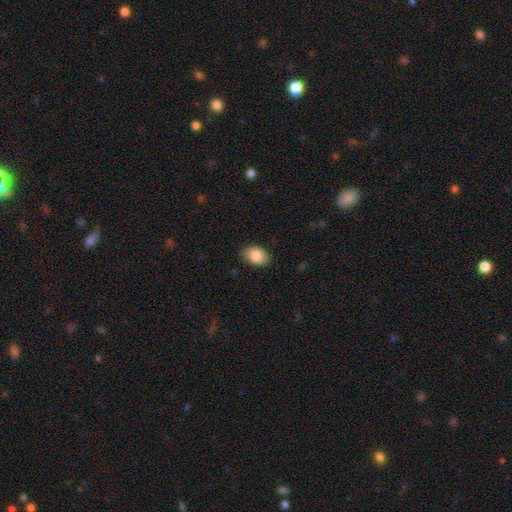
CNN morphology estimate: Q: Smooth or featured?
A: smooth (86%); runner-up: star or artifact (7%)
Q: How rounded?
A: in between (77%); runner-up: round (22%)
Q: Merging?
A: none (83%); runner-up: minor disturbance (13%)